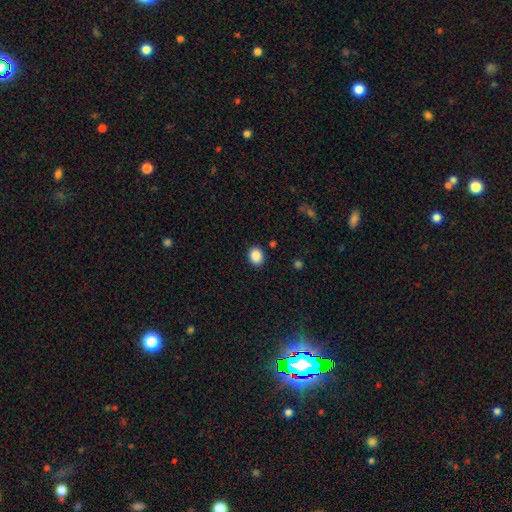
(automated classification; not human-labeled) The model was most divided on "how rounded": round: 54%, in between: 45%, cigar-shaped: 1%. More confident: merging — none (89%); smooth or featured — smooth (88%).